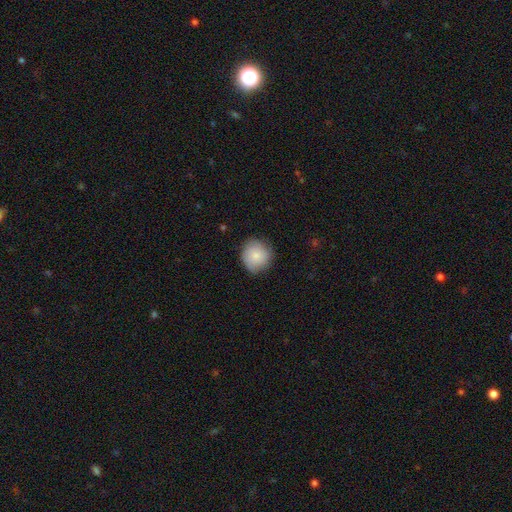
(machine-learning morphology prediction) Smooth or featured?
  - smooth: 81% *
  - featured or disk: 12%
  - star or artifact: 7%
How rounded?
  - round: 91% *
  - in between: 8%
  - cigar-shaped: 1%
Merging?
  - none: 79% *
  - minor disturbance: 16%
  - major disturbance: 3%
  - merger: 1%